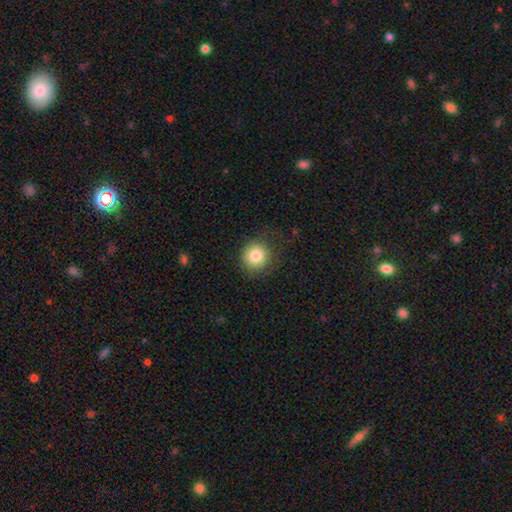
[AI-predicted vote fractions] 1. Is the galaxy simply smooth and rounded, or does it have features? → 82% smooth, 10% star or artifact, 8% featured or disk.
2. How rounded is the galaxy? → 91% round, 8% in between, 1% cigar-shaped.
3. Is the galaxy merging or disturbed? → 81% none, 13% minor disturbance, 5% major disturbance, 1% merger.